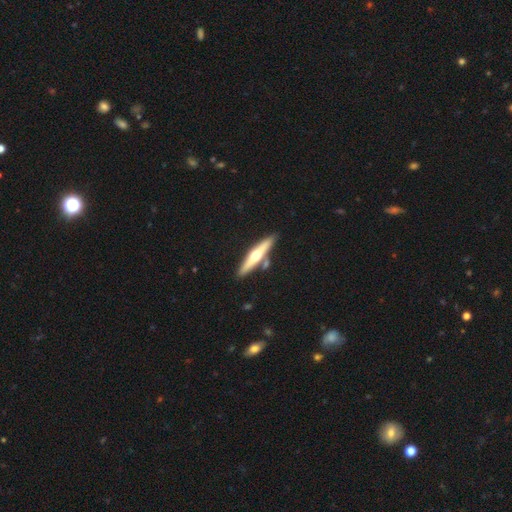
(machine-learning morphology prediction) Smooth or featured?
  - featured or disk: 61% *
  - smooth: 34%
  - star or artifact: 5%
Edge-on disk?
  - yes: 95% *
  - no: 5%
Edge-on bulge?
  - rounded: 93% *
  - none: 5%
  - boxy: 3%
Merging?
  - none: 77% *
  - merger: 11%
  - minor disturbance: 10%
  - major disturbance: 2%